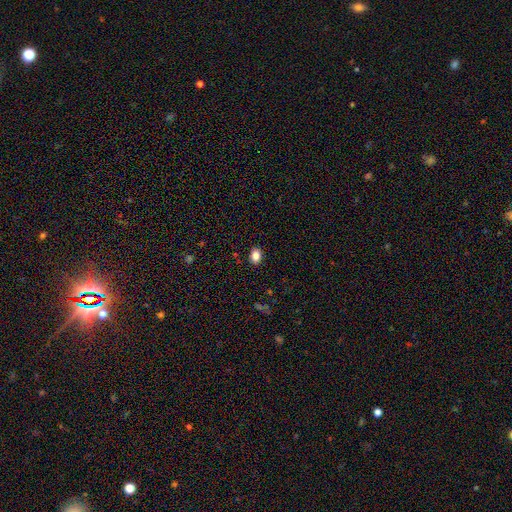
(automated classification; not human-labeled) Smooth or featured? Predicted: smooth (p=0.85). How rounded? Predicted: in between (p=0.72). Merging? Predicted: none (p=0.89).